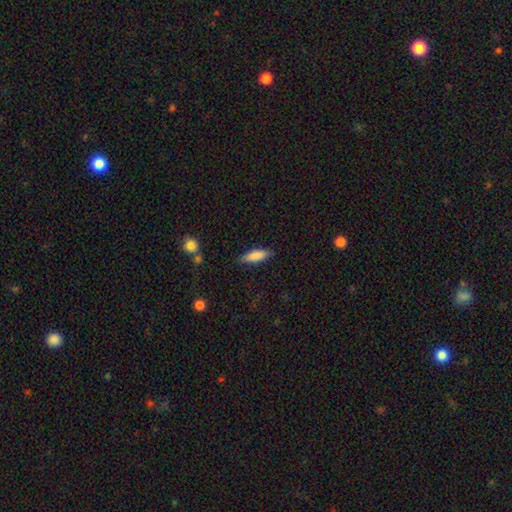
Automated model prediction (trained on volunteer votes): Morphology: type=smooth (83%); roundness=cigar-shaped (52%); merging=none (83%).